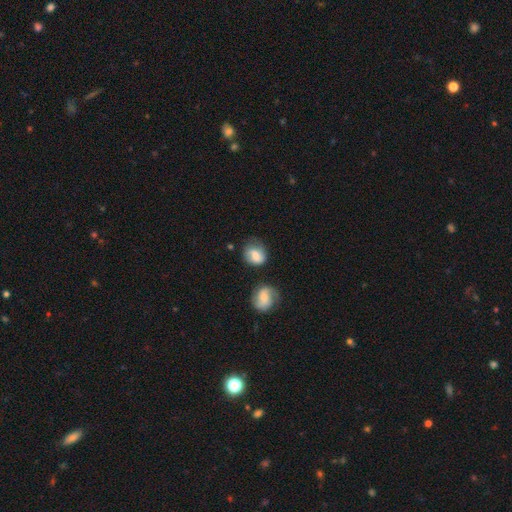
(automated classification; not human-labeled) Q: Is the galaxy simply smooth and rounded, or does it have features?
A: smooth — 71%.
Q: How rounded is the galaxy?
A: round — 57%.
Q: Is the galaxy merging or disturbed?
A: none — 55%.